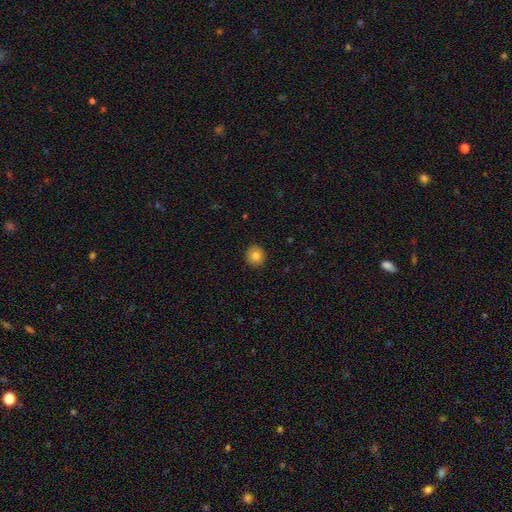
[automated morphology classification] This is clearly a smooth galaxy (83%). How rounded: clearly round (91%). Merging: clearly none (92%).